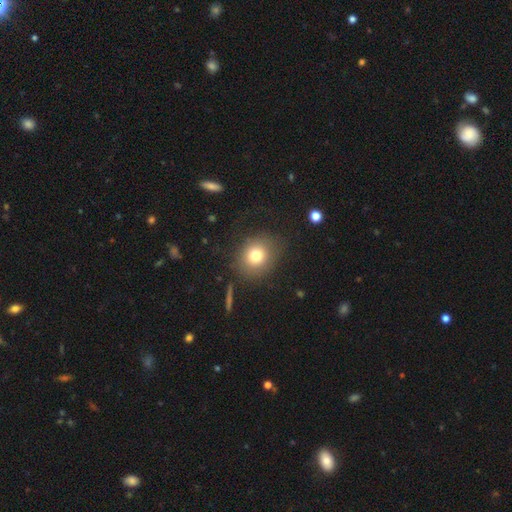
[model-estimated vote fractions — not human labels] The model was most divided on "how rounded": round: 77%, in between: 22%, cigar-shaped: 1%. More confident: merging — none (81%); smooth or featured — smooth (76%).